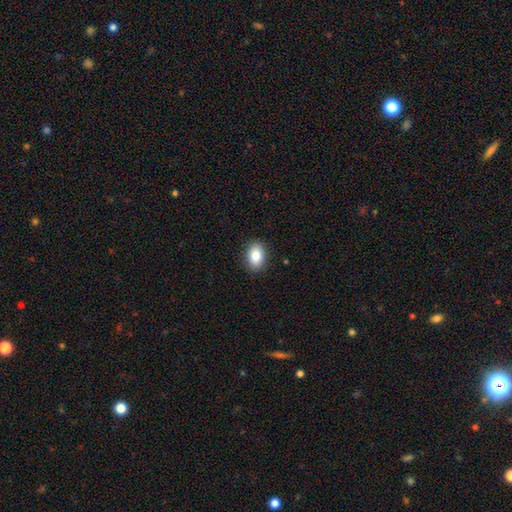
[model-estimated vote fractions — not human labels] Smooth or featured?
  - smooth: 84% *
  - star or artifact: 8%
  - featured or disk: 8%
How rounded?
  - in between: 81% *
  - round: 18%
  - cigar-shaped: 1%
Merging?
  - none: 89% *
  - minor disturbance: 8%
  - major disturbance: 2%
  - merger: 1%